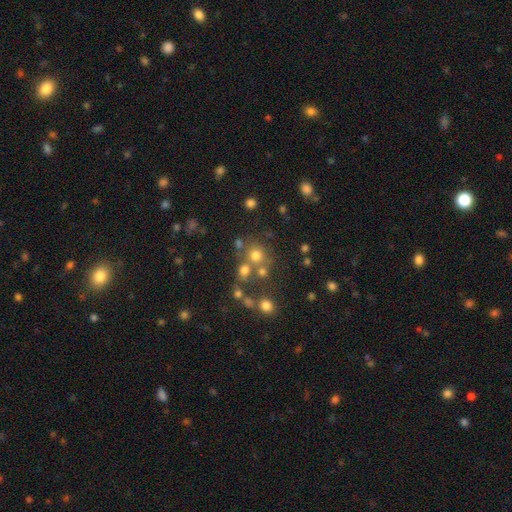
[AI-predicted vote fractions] Q: Smooth or featured?
A: smooth (69%); runner-up: star or artifact (20%)
Q: How rounded?
A: round (88%); runner-up: in between (11%)
Q: Merging?
A: none (61%); runner-up: merger (25%)